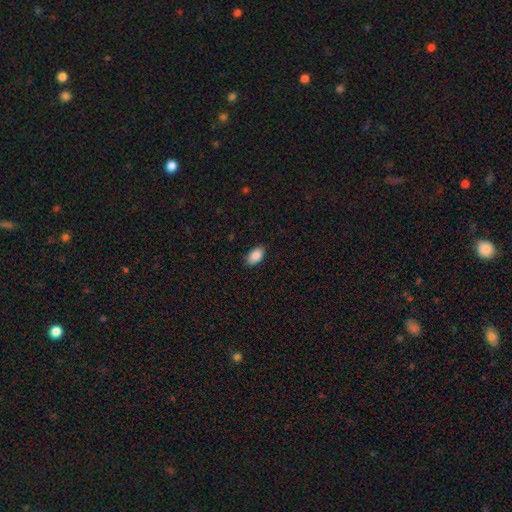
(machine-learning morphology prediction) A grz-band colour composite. It shows a smooth galaxy with no disk features (88%) that is in between round and cigar-shaped (93%). Merging: none (86%).